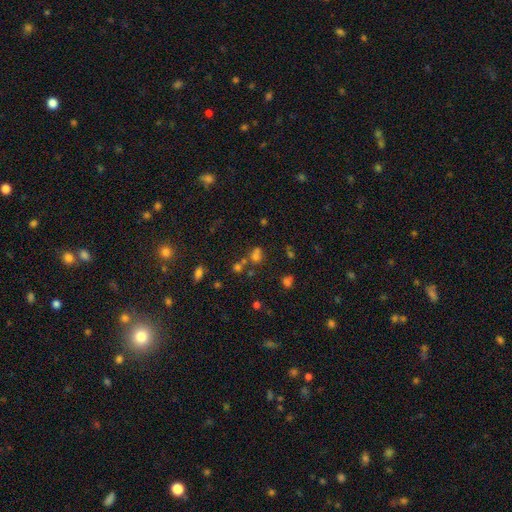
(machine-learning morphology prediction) Smooth or featured?
  - smooth: 58% *
  - star or artifact: 30%
  - featured or disk: 12%
How rounded?
  - round: 65% *
  - in between: 33%
  - cigar-shaped: 2%
Merging?
  - none: 48% *
  - merger: 34%
  - minor disturbance: 12%
  - major disturbance: 7%